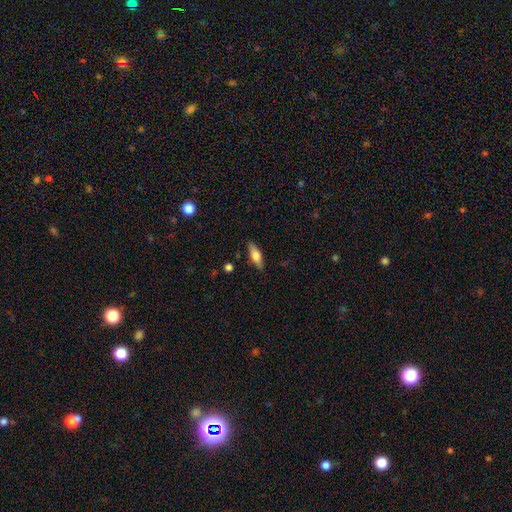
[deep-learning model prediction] Overall: smooth (70%). How rounded: in between (61%; cigar-shaped 37%). Merging: none (84%).